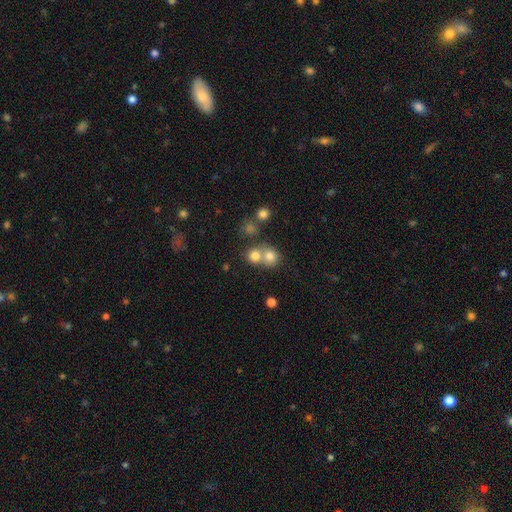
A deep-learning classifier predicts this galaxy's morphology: Smooth or featured: smooth — 76% (star or artifact — 14%)
How rounded: round — 83% (in between — 16%)
Merging: merger — 49% (none — 43%)